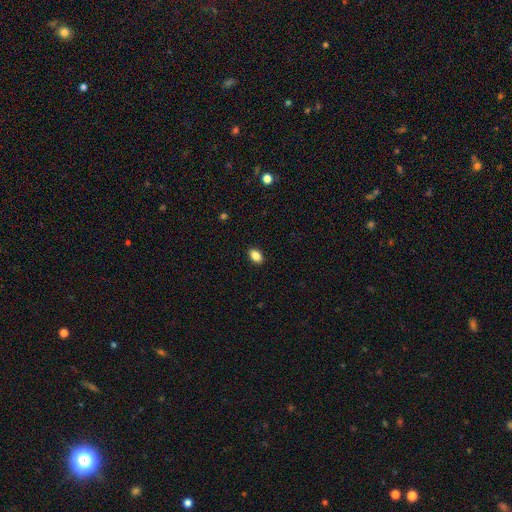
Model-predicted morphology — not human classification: type=smooth (86%); roundness=in between (86%); merging=none (90%).